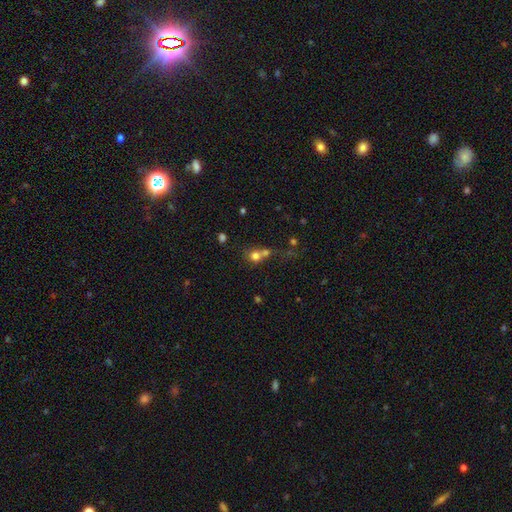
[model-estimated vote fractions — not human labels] Smooth or featured: smooth — 73% (star or artifact — 14%)
How rounded: round — 83% (in between — 16%)
Merging: merger — 53% (none — 34%)